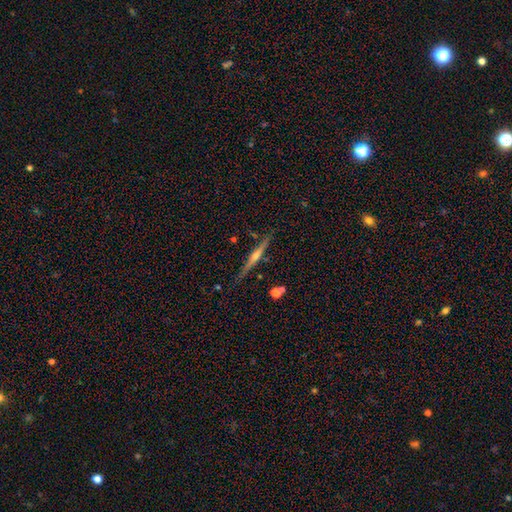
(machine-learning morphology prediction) Smooth or featured: featured or disk — 76% (smooth — 18%)
Edge-on disk: yes — 98% (no — 2%)
Edge-on bulge: rounded — 85% (none — 10%)
Merging: none — 87% (minor disturbance — 9%)